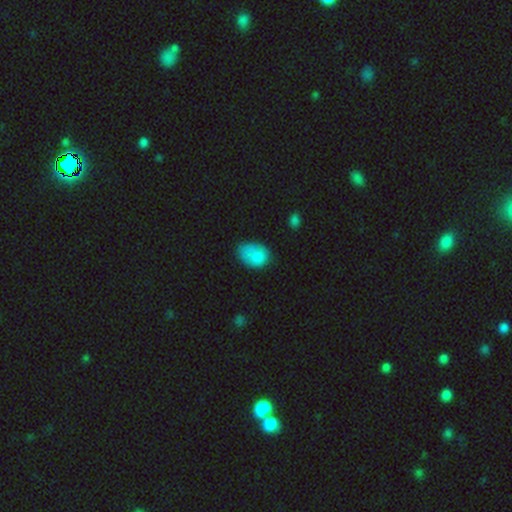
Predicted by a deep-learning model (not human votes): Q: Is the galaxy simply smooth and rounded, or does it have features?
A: smooth — 80%.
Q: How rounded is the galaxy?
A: in between — 78%.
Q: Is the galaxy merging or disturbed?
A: none — 44%.